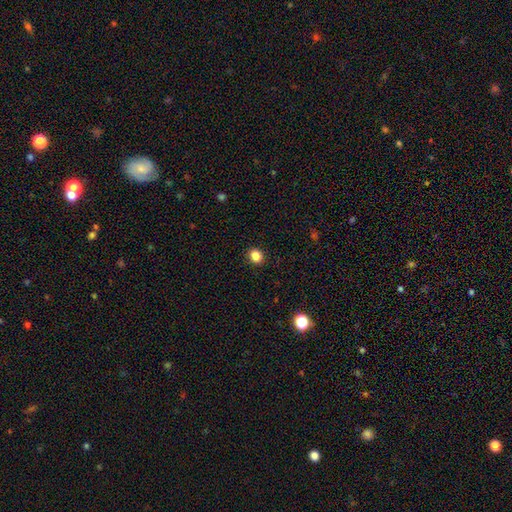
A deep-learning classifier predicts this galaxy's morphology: Q: Smooth or featured?
A: smooth (85%); runner-up: star or artifact (11%)
Q: How rounded?
A: round (74%); runner-up: in between (25%)
Q: Merging?
A: none (91%); runner-up: minor disturbance (6%)